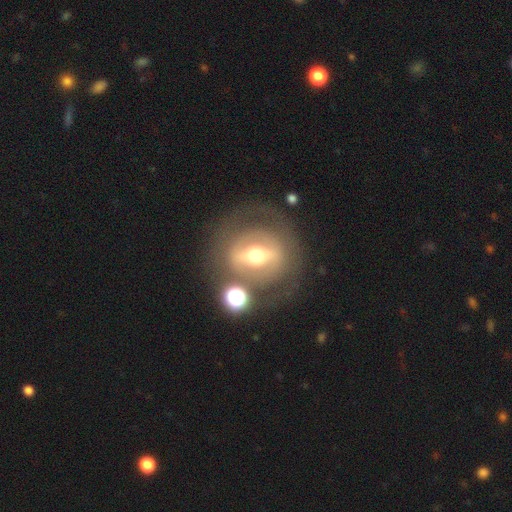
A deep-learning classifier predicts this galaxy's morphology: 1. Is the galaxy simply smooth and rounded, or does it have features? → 72% featured or disk, 20% smooth, 8% star or artifact.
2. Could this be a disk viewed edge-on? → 86% no, 14% yes.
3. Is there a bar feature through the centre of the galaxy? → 63% strong, 23% weak, 15% no.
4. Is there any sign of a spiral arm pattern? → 70% no, 30% yes.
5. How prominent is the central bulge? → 71% moderate, 15% small, 12% large, 2% dominant, 1% none.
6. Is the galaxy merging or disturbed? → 69% none, 12% minor disturbance, 9% major disturbance, 9% merger.